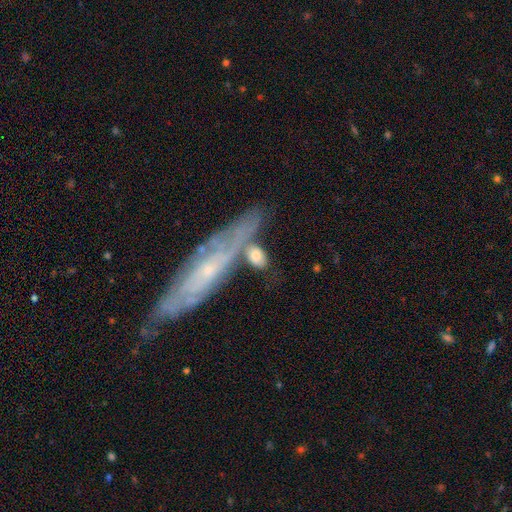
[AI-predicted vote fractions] smooth-or-featured: smooth: 72% | featured or disk: 22% | star or artifact: 6%
  how-rounded: in between: 78% | round: 13% | cigar-shaped: 9%
  merging: none: 49% | merger: 24% | minor disturbance: 18% | major disturbance: 9%